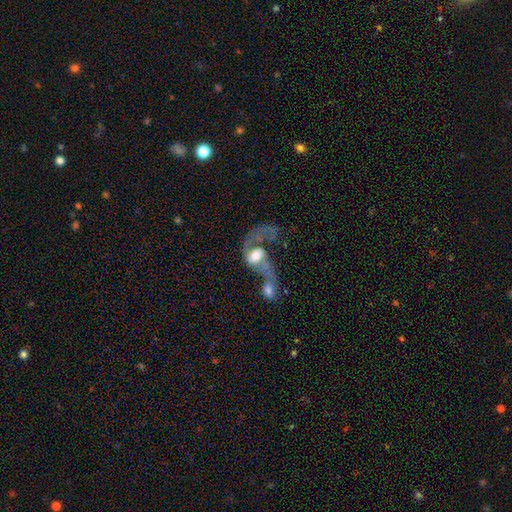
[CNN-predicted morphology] smooth_or_featured: featured or disk (p=0.68) [alt: smooth p=0.24]
disk_edge_on: no (p=0.96) [alt: yes p=0.04]
bar: no (p=0.54) [alt: weak p=0.35]
has_spiral_arms: yes (p=0.80) [alt: no p=0.20]
spiral_winding: loose (p=0.71) [alt: medium p=0.23]
spiral_arm_count: 2 (p=0.61) [alt: 1 p=0.28]
bulge_size: moderate (p=0.53) [alt: large p=0.29]
merging: merger (p=0.69) [alt: major disturbance p=0.18]